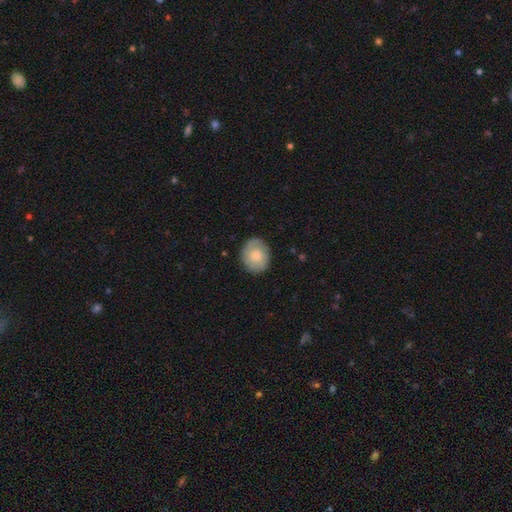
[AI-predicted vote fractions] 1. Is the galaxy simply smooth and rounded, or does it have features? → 69% smooth, 25% featured or disk, 6% star or artifact.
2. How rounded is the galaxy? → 63% round, 37% in between, 1% cigar-shaped.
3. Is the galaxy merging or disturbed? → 84% none, 12% minor disturbance, 3% major disturbance, 1% merger.